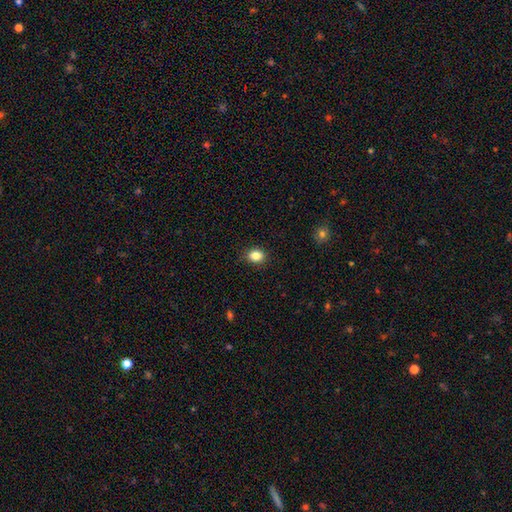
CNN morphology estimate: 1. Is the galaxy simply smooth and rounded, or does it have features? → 84% smooth, 10% star or artifact, 5% featured or disk.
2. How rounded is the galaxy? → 53% round, 46% in between, 1% cigar-shaped.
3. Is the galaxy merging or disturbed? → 86% none, 11% minor disturbance, 2% major disturbance, 1% merger.